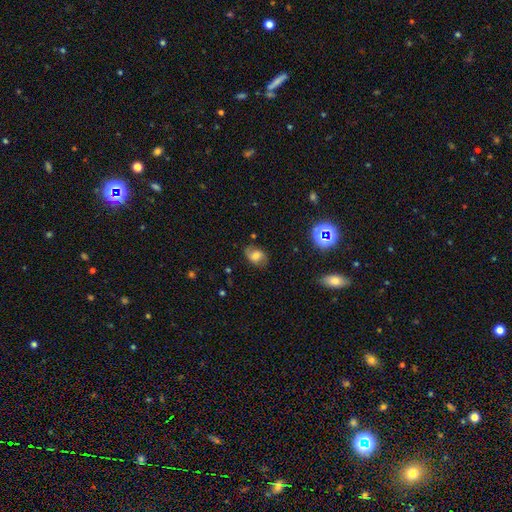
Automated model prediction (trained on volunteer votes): Q: Smooth or featured?
A: smooth (56%); runner-up: featured or disk (30%)
Q: How rounded?
A: in between (75%); runner-up: round (24%)
Q: Merging?
A: none (72%); runner-up: minor disturbance (20%)